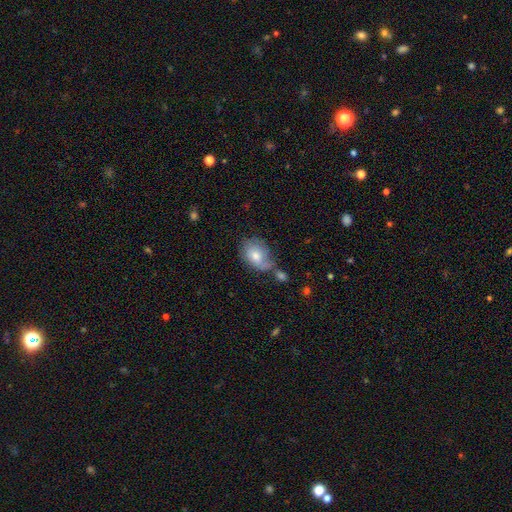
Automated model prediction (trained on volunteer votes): smooth_or_featured: smooth (p=0.68) [alt: featured or disk p=0.24]
how_rounded: in between (p=0.77) [alt: round p=0.22]
merging: none (p=0.48) [alt: minor disturbance p=0.27]